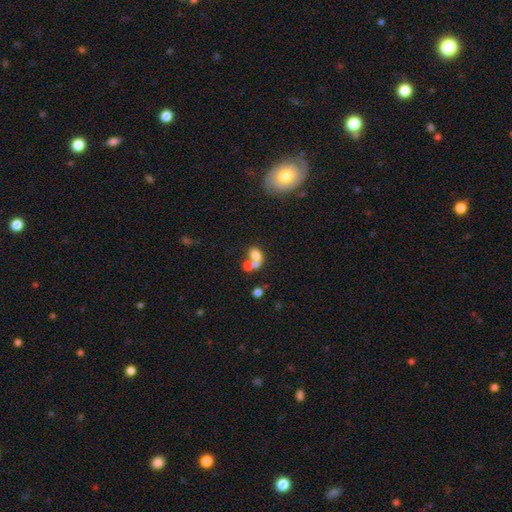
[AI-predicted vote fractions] The model was most divided on "how rounded": in between: 57%, round: 42%, cigar-shaped: 1%. More confident: smooth or featured — smooth (67%); merging — merger (59%).